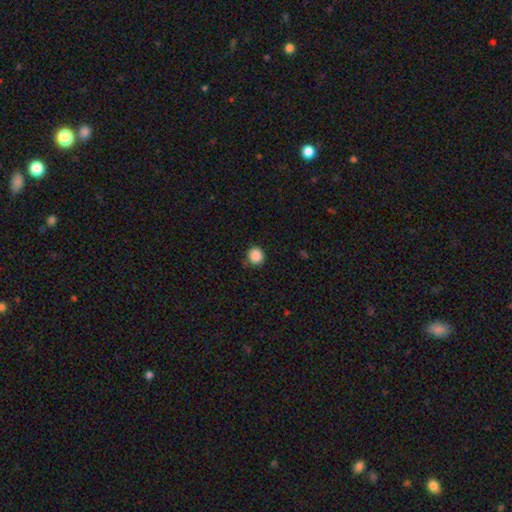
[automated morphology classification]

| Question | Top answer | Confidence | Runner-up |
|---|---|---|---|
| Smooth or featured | smooth | 87% | star or artifact (10%) |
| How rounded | round | 87% | in between (12%) |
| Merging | none | 84% | minor disturbance (12%) |